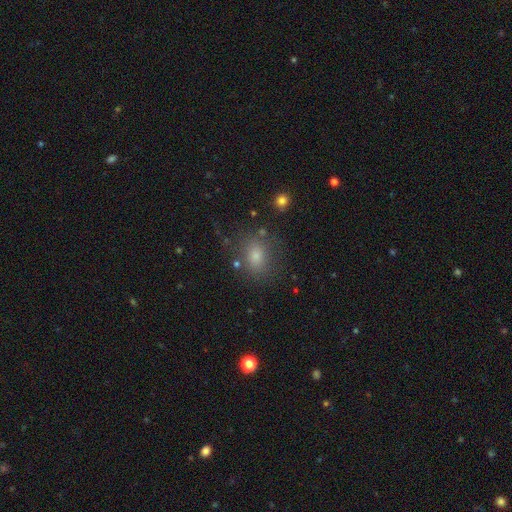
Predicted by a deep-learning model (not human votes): This appears to be a smooth galaxy with no disk features (70%) that is in between round and cigar-shaped (52%). Merging: none (77%).